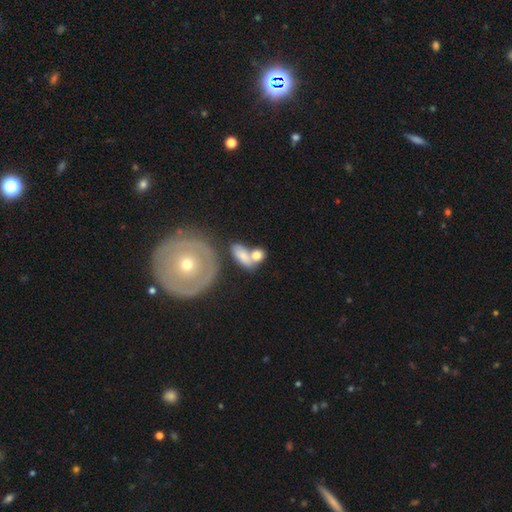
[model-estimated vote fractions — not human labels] smooth-or-featured: smooth: 69% | featured or disk: 22% | star or artifact: 9%
  how-rounded: in between: 72% | round: 24% | cigar-shaped: 4%
  merging: merger: 53% | none: 27% | minor disturbance: 12% | major disturbance: 9%